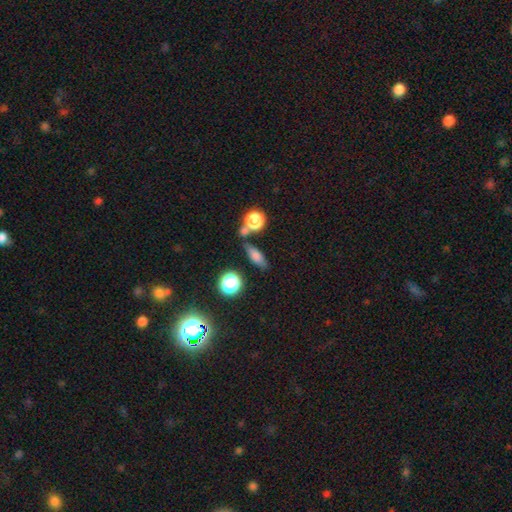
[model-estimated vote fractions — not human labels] smooth 69%, featured or disk 16%, star or artifact 15%. Down the decision tree: how rounded — in between (47%); merging — none (71%).